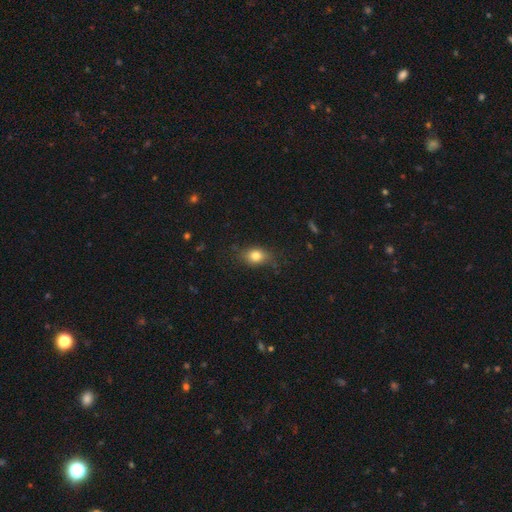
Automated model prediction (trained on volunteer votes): This appears to be a smooth galaxy with no disk features (80%) that is in between round and cigar-shaped (69%). Merging: none (74%).